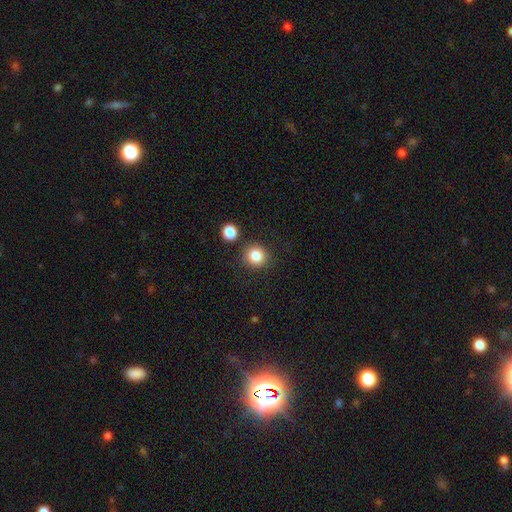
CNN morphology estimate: This appears to be a smooth galaxy with no disk features (84%) that is round (90%). Merging: none (84%).